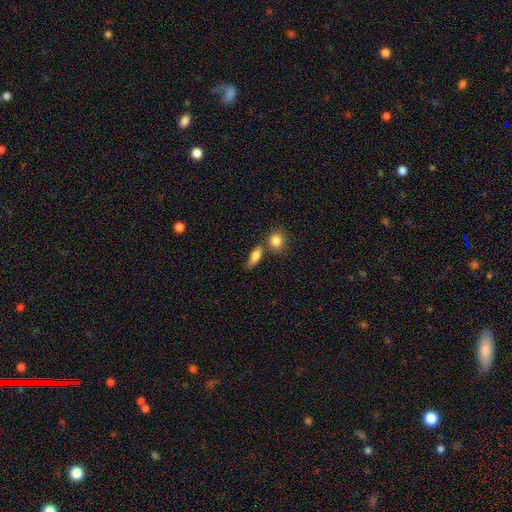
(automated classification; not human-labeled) smooth_or_featured: smooth (p=0.81) [alt: featured or disk p=0.11]
how_rounded: in between (p=0.69) [alt: cigar-shaped p=0.21]
merging: none (p=0.59) [alt: merger p=0.22]